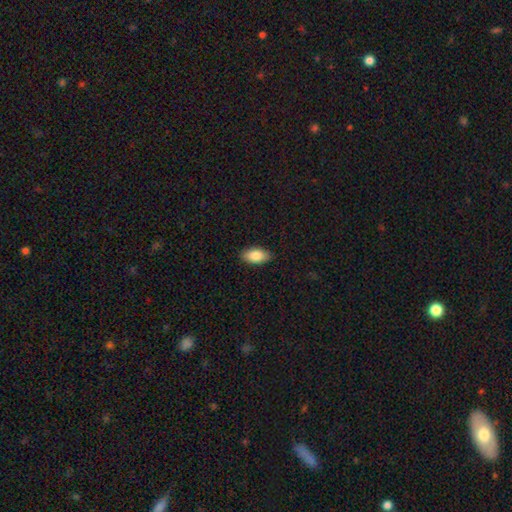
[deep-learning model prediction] Smooth or featured: smooth — 85% (featured or disk — 9%)
How rounded: in between — 93% (cigar-shaped — 4%)
Merging: none — 89% (minor disturbance — 8%)